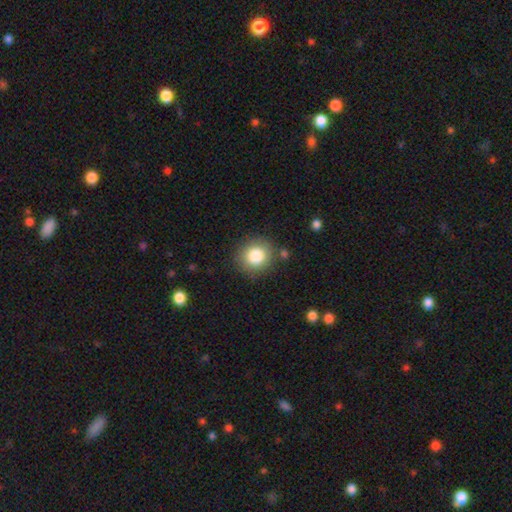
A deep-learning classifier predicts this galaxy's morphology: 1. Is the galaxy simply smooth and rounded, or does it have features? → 82% smooth, 10% star or artifact, 8% featured or disk.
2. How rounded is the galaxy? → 88% round, 12% in between, 1% cigar-shaped.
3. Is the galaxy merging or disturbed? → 84% none, 9% minor disturbance, 3% major disturbance, 3% merger.